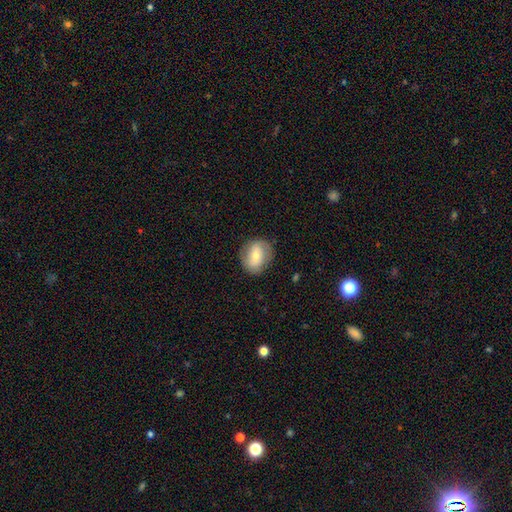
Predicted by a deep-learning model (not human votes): This appears to be a smooth galaxy with no disk features (58%) that is round (59%). Merging: none (80%).